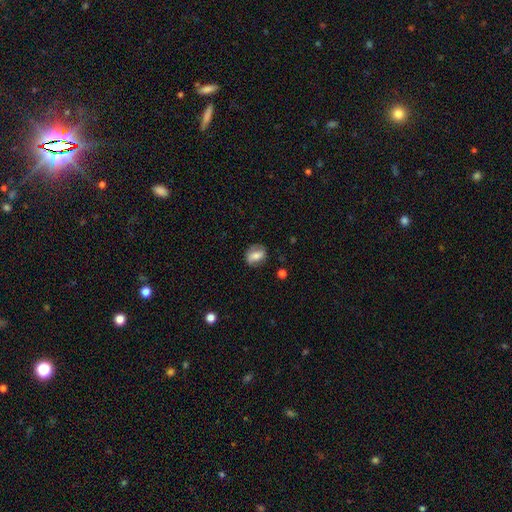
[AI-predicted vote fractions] Smooth or featured: smooth — 63% (featured or disk — 29%)
How rounded: in between — 62% (round — 36%)
Merging: none — 76% (minor disturbance — 17%)